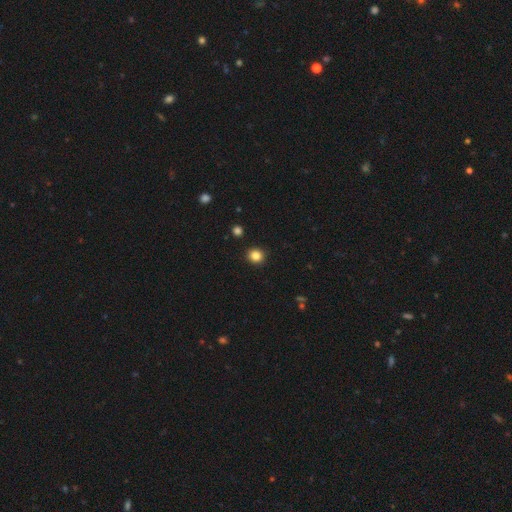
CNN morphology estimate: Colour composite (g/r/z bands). It shows a smooth galaxy with no disk features (84%) that is round (87%). Merging: none (92%).